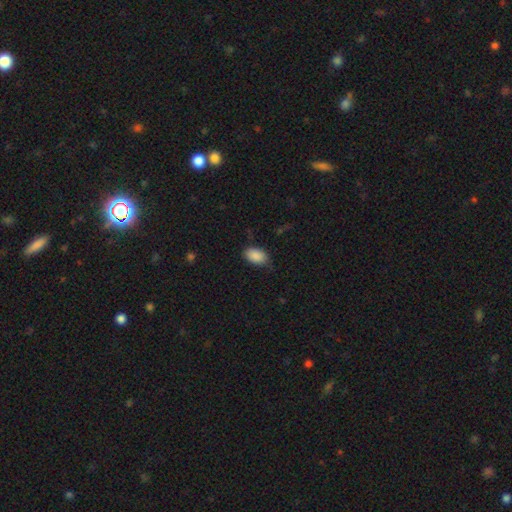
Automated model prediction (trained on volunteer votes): This appears to be a smooth galaxy with no disk features (89%) that is in between round and cigar-shaped (91%). Merging: none (72%).